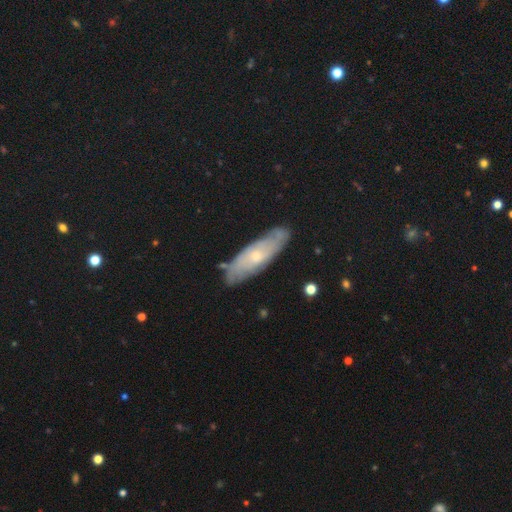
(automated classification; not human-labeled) Smooth or featured? featured or disk (57%)
Edge-on disk? no (69%)
Merging? none (81%)